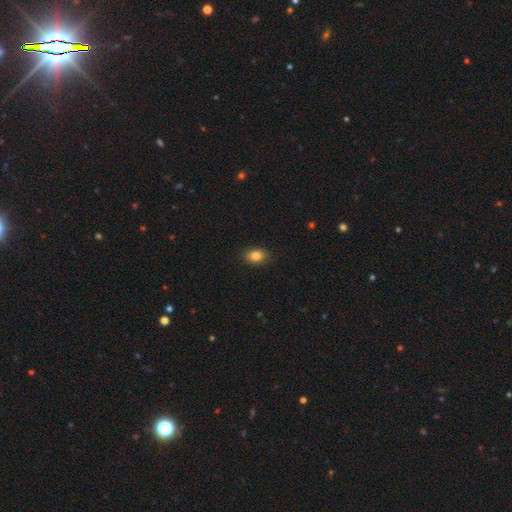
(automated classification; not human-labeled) Overall: smooth (85%). How rounded: in between (77%). Merging: none (87%).